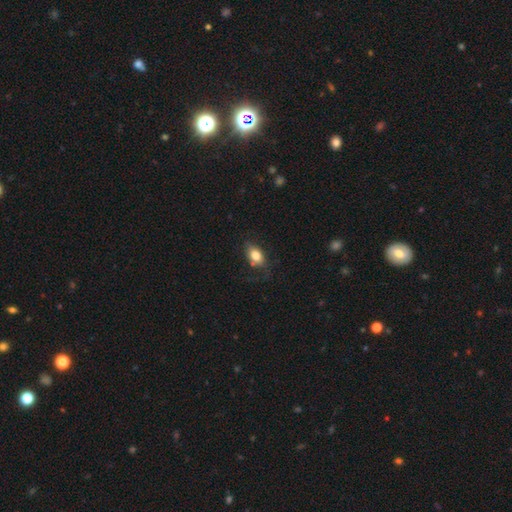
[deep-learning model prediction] This is clearly a smooth galaxy (81%). How rounded: clearly in between (84%). Merging: likely none (66%).